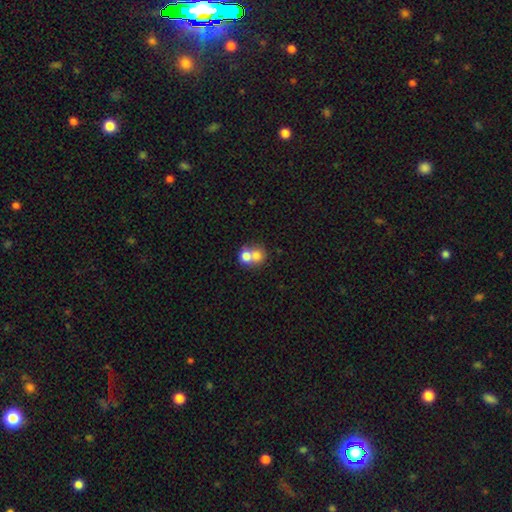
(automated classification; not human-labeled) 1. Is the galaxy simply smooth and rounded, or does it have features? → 71% smooth, 19% featured or disk, 10% star or artifact.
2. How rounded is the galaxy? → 71% round, 28% in between, 1% cigar-shaped.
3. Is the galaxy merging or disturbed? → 65% merger, 26% none, 5% minor disturbance, 3% major disturbance.